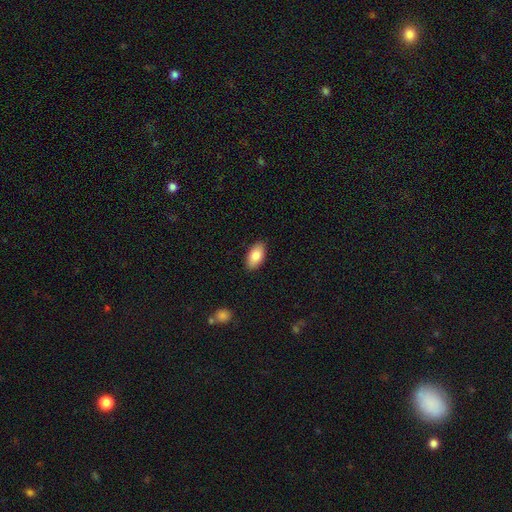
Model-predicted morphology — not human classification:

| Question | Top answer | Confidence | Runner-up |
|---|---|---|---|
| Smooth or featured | smooth | 84% | featured or disk (9%) |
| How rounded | in between | 94% | cigar-shaped (3%) |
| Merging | none | 88% | minor disturbance (9%) |